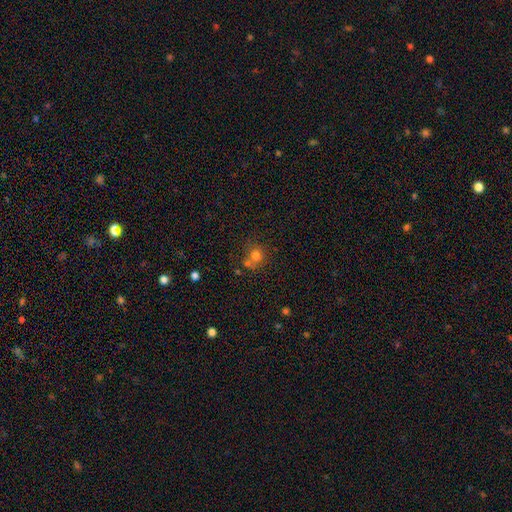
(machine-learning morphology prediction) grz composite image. It shows a smooth galaxy with no disk features (75%) that is round (83%). Merging: none (51%).